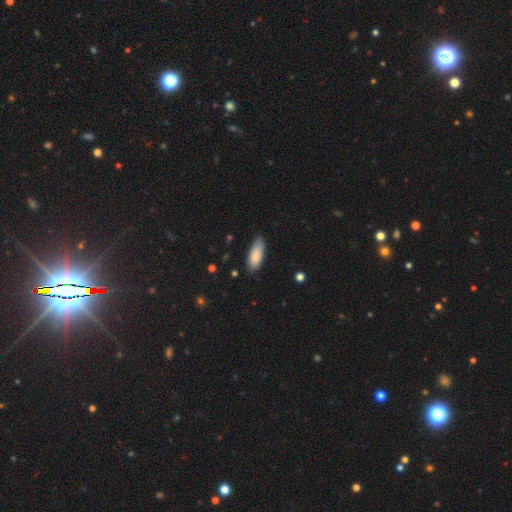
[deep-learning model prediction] Smooth or featured: smooth — 84% (featured or disk — 10%)
How rounded: in between — 71% (cigar-shaped — 27%)
Merging: none — 75% (minor disturbance — 21%)